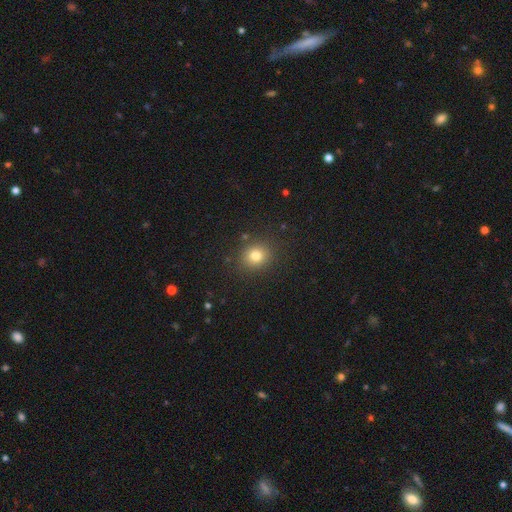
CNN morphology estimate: Q: Smooth or featured?
A: smooth (79%); runner-up: star or artifact (14%)
Q: How rounded?
A: round (78%); runner-up: in between (21%)
Q: Merging?
A: none (87%); runner-up: minor disturbance (8%)